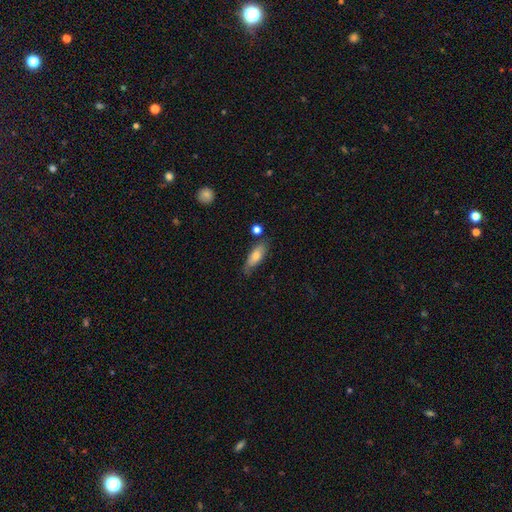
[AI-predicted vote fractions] The model was most divided on "merging": none: 65%, minor disturbance: 23%, major disturbance: 6%, merger: 6%. More confident: how rounded — in between (70%); smooth or featured — smooth (68%).